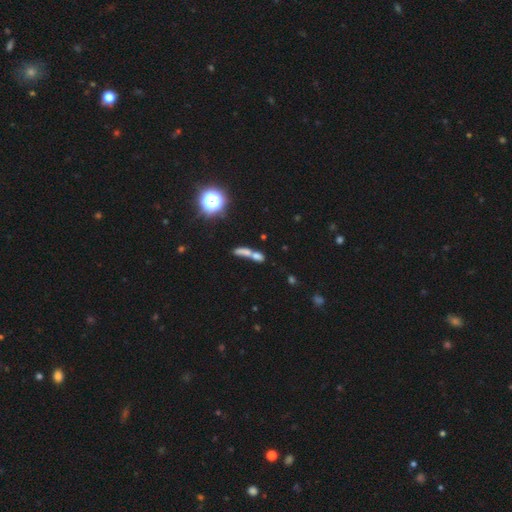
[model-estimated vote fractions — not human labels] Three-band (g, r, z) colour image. It shows a smooth galaxy with no disk features (61%) that is in between round and cigar-shaped (44%). Merging: merger (65%).